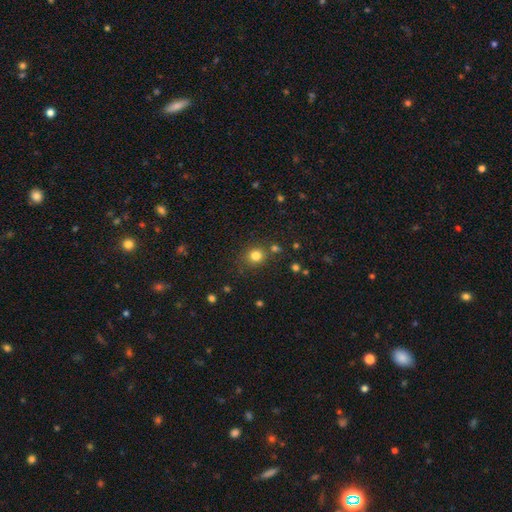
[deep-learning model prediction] smooth_or_featured: smooth (p=0.80) [alt: star or artifact p=0.15]
how_rounded: round (p=0.82) [alt: in between p=0.17]
merging: none (p=0.78) [alt: minor disturbance p=0.10]